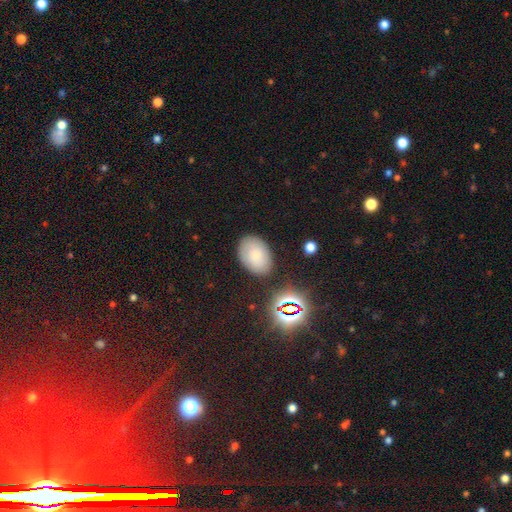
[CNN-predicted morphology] Smooth or featured?
  - smooth: 75% *
  - star or artifact: 13%
  - featured or disk: 12%
How rounded?
  - in between: 86% *
  - round: 13%
  - cigar-shaped: 1%
Merging?
  - none: 81% *
  - minor disturbance: 13%
  - major disturbance: 3%
  - merger: 3%